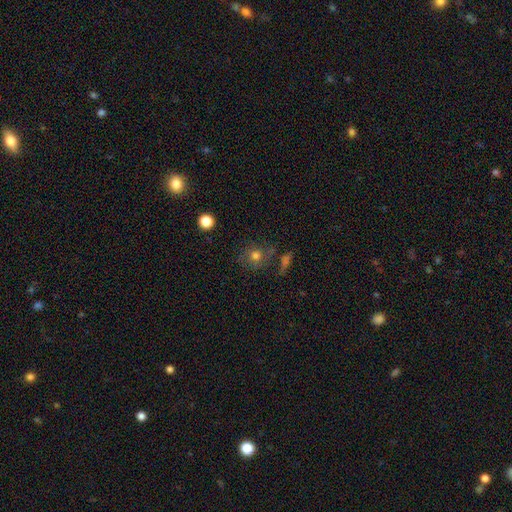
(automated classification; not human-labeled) smooth 71%, star or artifact 16%, featured or disk 14%. Down the decision tree: how rounded — round (86%); merging — none (69%).